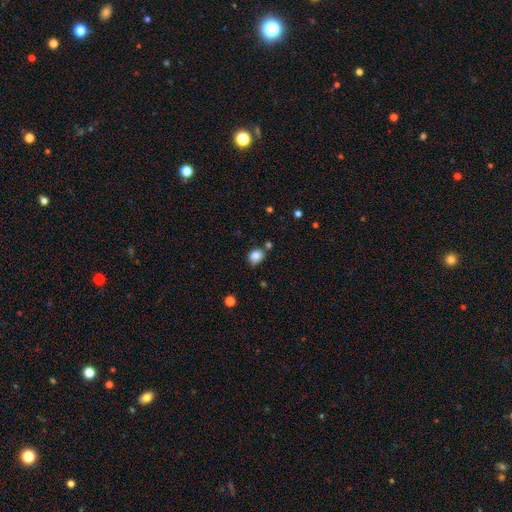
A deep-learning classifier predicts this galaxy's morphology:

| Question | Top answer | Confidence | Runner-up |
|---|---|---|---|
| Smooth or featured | smooth | 84% | star or artifact (10%) |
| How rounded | in between | 50% | round (49%) |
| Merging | none | 69% | minor disturbance (18%) |